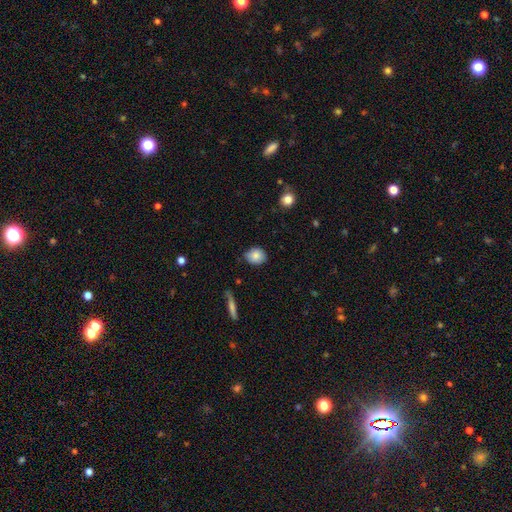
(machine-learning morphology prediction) This is clearly a smooth galaxy (84%). How rounded: likely round (61%). Merging: likely none (73%).